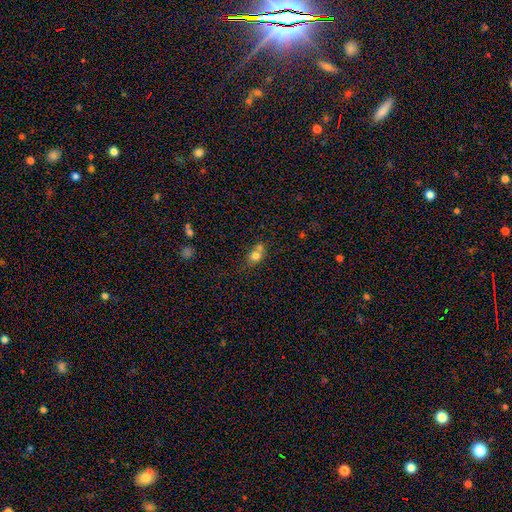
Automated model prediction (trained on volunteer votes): The model was most divided on "merging": merger: 46%, none: 38%, minor disturbance: 12%, major disturbance: 4%. More confident: smooth or featured — smooth (74%); how rounded — round (64%).